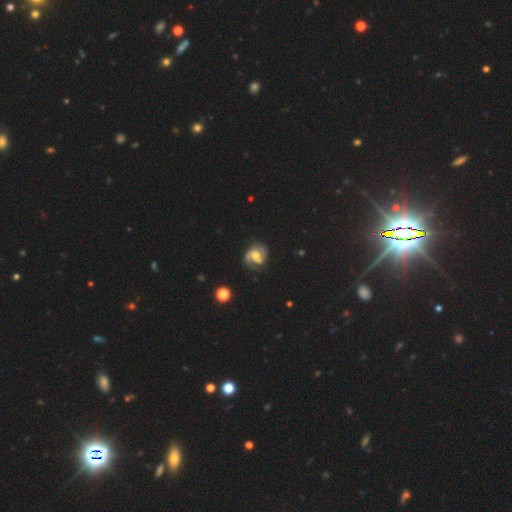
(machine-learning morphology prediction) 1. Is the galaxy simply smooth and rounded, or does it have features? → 85% featured or disk, 9% smooth, 6% star or artifact.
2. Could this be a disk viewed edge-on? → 98% no, 2% yes.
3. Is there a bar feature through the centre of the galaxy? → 44% weak, 43% no, 13% strong.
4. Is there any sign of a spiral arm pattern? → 97% yes, 3% no.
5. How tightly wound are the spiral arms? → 53% medium, 27% tight, 20% loose.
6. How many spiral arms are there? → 84% 2, 6% 1, 4% can't tell, 3% 3, 1% 4, 1% more than 4.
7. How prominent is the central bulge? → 64% moderate, 22% small, 10% large, 3% none, 1% dominant.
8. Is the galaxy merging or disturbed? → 72% none, 18% minor disturbance, 8% major disturbance, 2% merger.